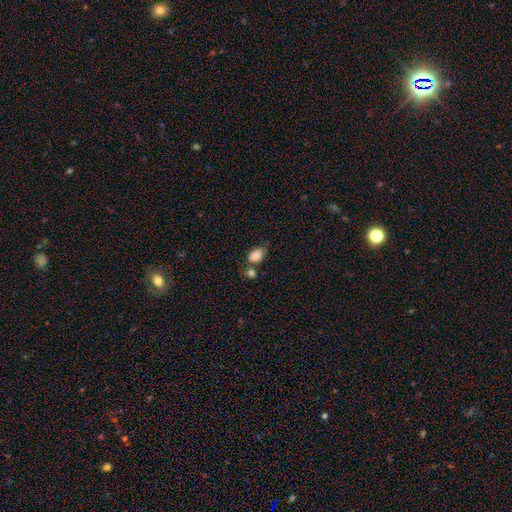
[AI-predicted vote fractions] Smooth or featured: smooth — 86% (star or artifact — 9%)
How rounded: in between — 81% (round — 17%)
Merging: none — 49% (merger — 25%)